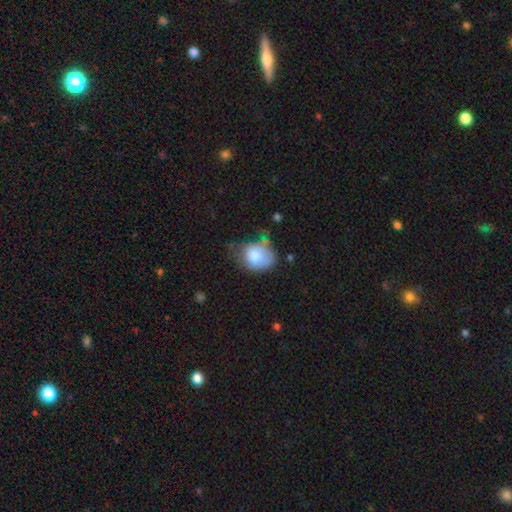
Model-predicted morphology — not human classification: Smooth or featured: smooth — 78% (featured or disk — 15%)
How rounded: in between — 50% (round — 49%)
Merging: minor disturbance — 40% (none — 33%)